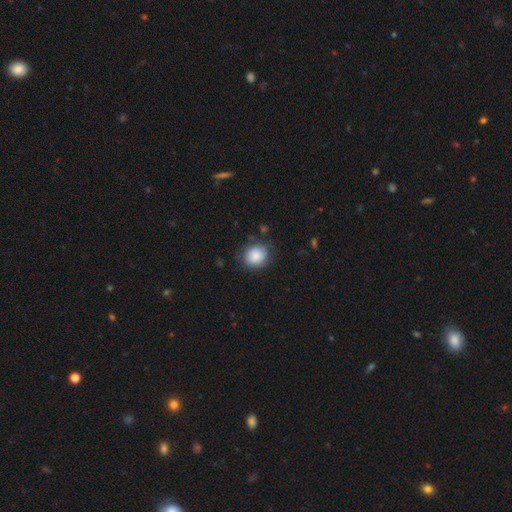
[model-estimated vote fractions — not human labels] Morphology: type=smooth (86%); roundness=round (73%); merging=none (77%).